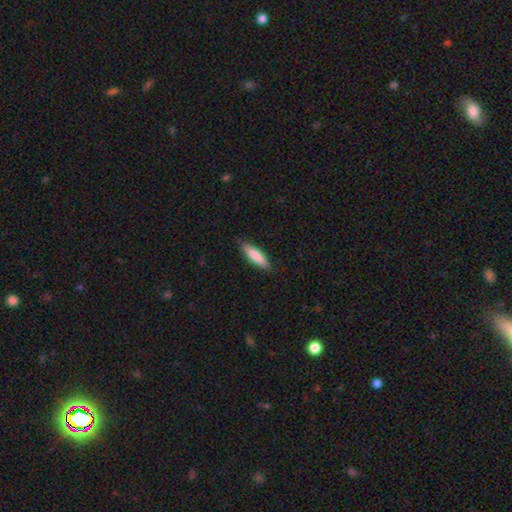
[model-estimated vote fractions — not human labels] smooth_or_featured: smooth (p=0.81) [alt: featured or disk p=0.13]
how_rounded: cigar-shaped (p=0.68) [alt: in between p=0.31]
merging: none (p=0.87) [alt: minor disturbance p=0.10]